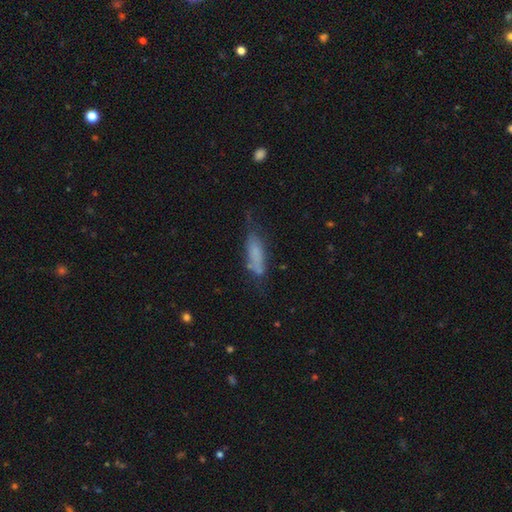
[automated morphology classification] type=smooth (65%); roundness=cigar-shaped (49%); merging=none (43%).